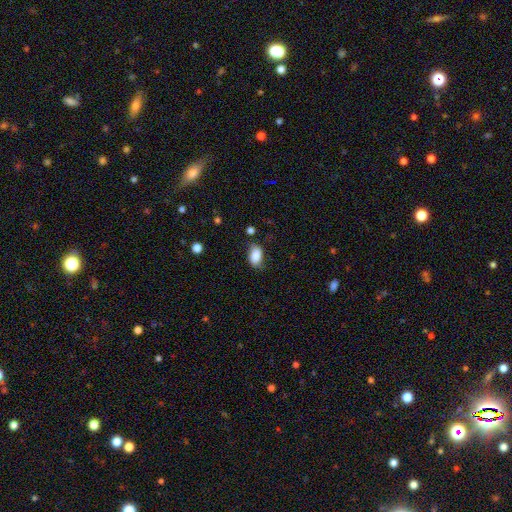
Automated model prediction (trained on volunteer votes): Morphology: type=smooth (84%); roundness=in between (89%); merging=none (66%).